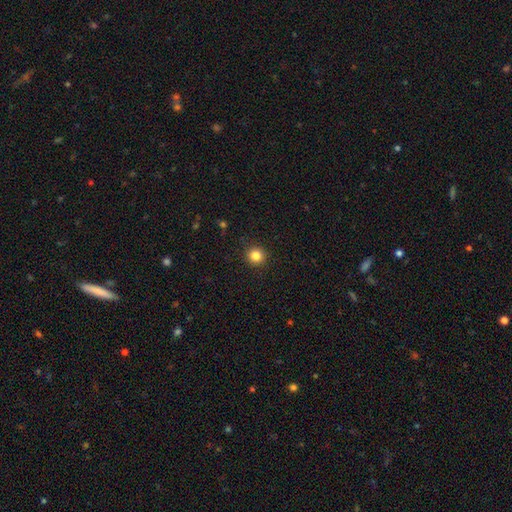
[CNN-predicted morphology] smooth 84%, star or artifact 11%, featured or disk 5%. Down the decision tree: how rounded — round (94%); merging — none (92%).